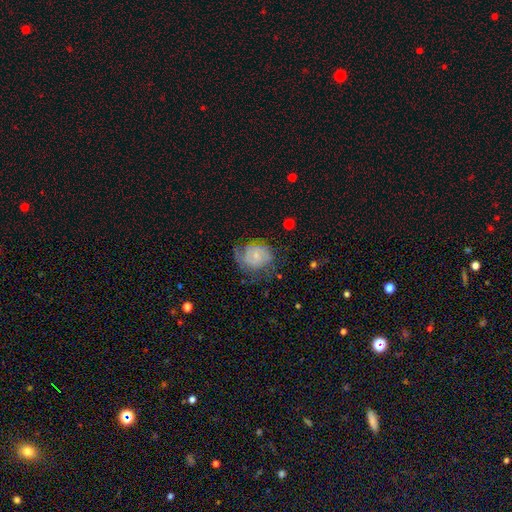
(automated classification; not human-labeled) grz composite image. It shows a featured or disk galaxy (62%) with no bar (67%), spiral arms (83%) and a small central bulge (69%). Merging: none (51%).